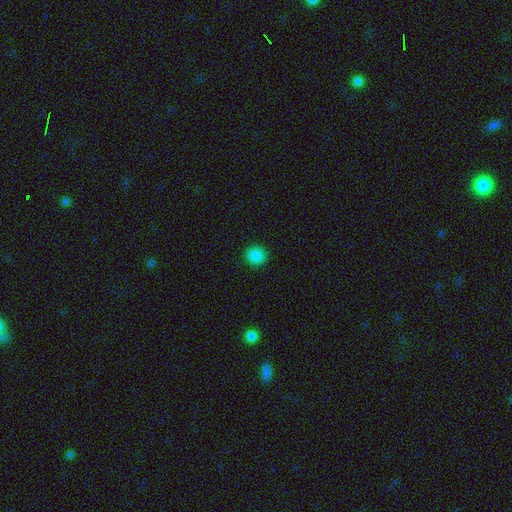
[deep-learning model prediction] The model was most divided on "smooth or featured": smooth: 86%, star or artifact: 11%, featured or disk: 3%. More confident: merging — none (92%); how rounded — round (89%).